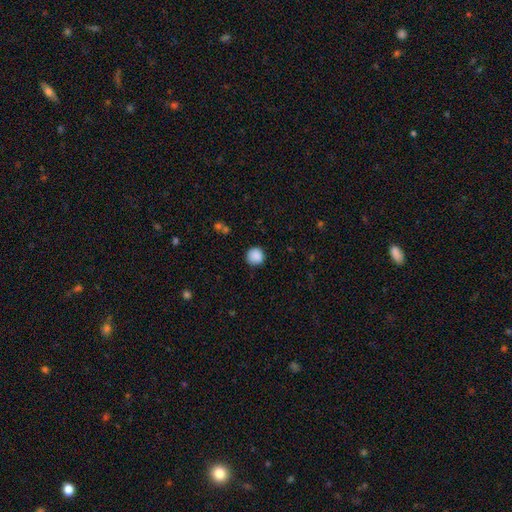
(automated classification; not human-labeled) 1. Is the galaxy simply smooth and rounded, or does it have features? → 88% smooth, 9% star or artifact, 3% featured or disk.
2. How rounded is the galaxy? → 94% round, 5% in between, 1% cigar-shaped.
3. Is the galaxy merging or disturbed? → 89% none, 8% minor disturbance, 2% major disturbance, 1% merger.